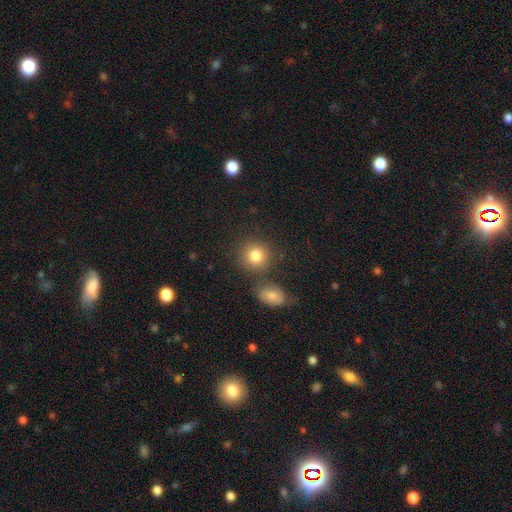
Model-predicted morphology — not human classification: Smooth or featured? smooth (82%)
How rounded? round (86%)
Merging? none (75%)